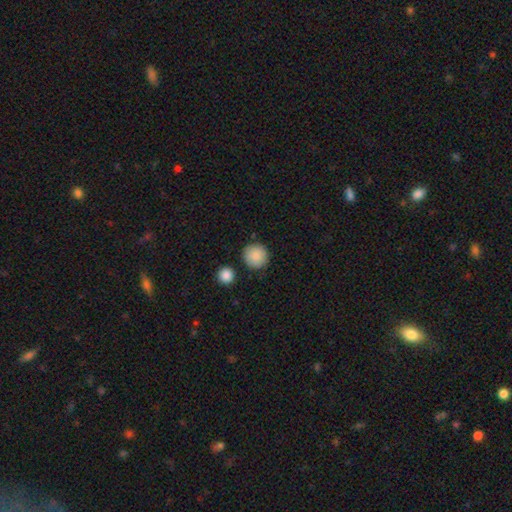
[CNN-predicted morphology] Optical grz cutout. It shows a smooth galaxy with no disk features (88%) that is round (94%). Merging: none (86%).